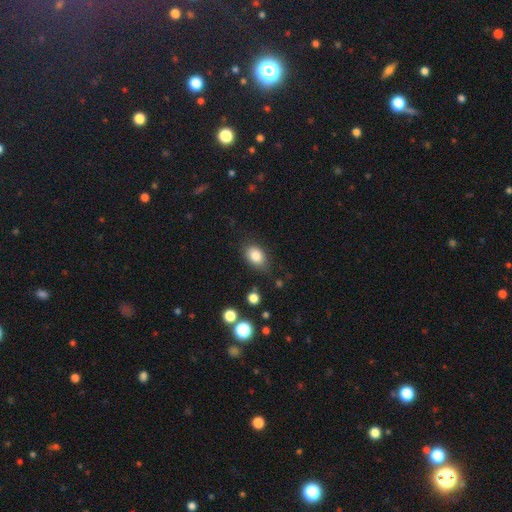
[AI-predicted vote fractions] smooth-or-featured: smooth: 83% | star or artifact: 10% | featured or disk: 8%
  how-rounded: in between: 76% | round: 23% | cigar-shaped: 1%
  merging: none: 77% | minor disturbance: 17% | major disturbance: 4% | merger: 2%